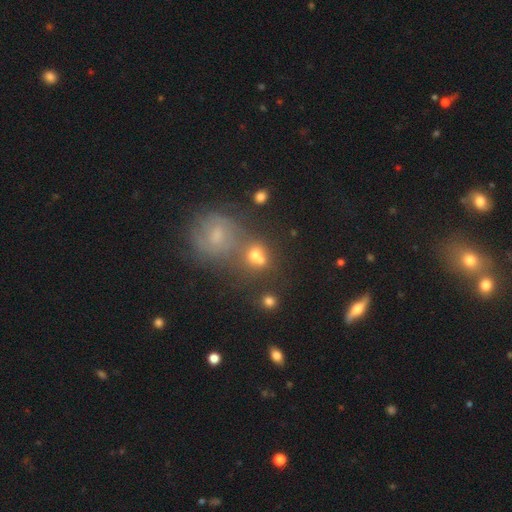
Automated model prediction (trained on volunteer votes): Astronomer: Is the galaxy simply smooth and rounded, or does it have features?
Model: smooth — 53%.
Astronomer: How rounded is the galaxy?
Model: round — 74%.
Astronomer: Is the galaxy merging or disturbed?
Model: none — 48% (runner-up: merger, 34%).